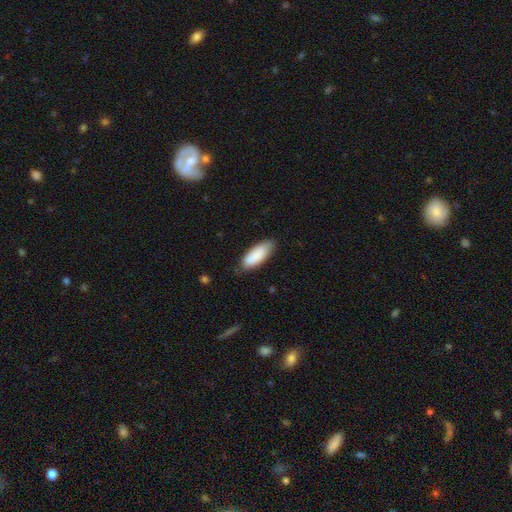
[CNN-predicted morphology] Q: Smooth or featured?
A: smooth (87%); runner-up: featured or disk (7%)
Q: How rounded?
A: in between (76%); runner-up: cigar-shaped (23%)
Q: Merging?
A: none (76%); runner-up: minor disturbance (19%)